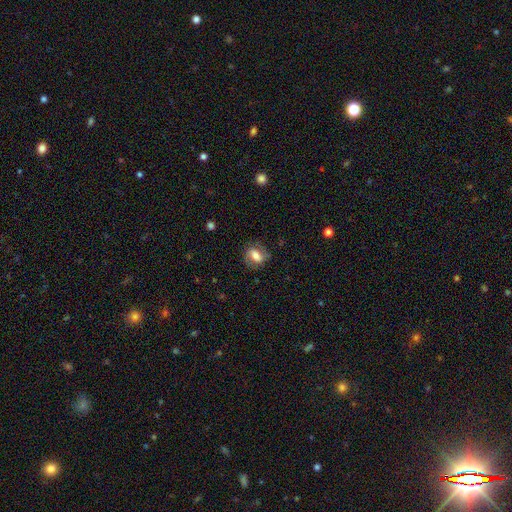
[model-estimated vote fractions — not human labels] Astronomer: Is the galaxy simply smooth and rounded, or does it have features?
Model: smooth — 58% (runner-up: featured or disk, 34%).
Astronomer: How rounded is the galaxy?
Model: in between — 64%.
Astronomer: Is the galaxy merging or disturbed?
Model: none — 71%.